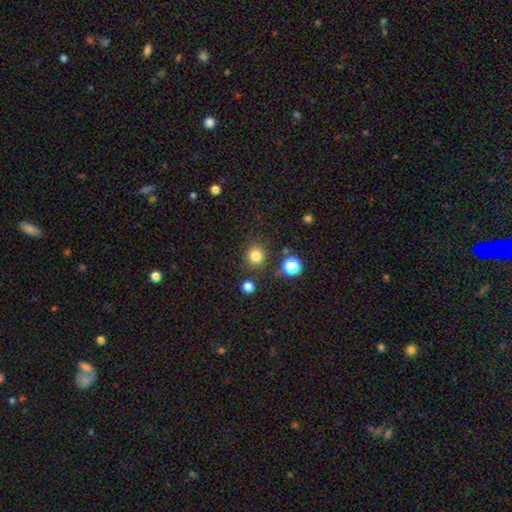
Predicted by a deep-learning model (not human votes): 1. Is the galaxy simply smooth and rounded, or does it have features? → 81% smooth, 14% star or artifact, 5% featured or disk.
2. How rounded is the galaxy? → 89% round, 10% in between, 1% cigar-shaped.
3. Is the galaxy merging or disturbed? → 84% none, 9% minor disturbance, 5% merger, 3% major disturbance.